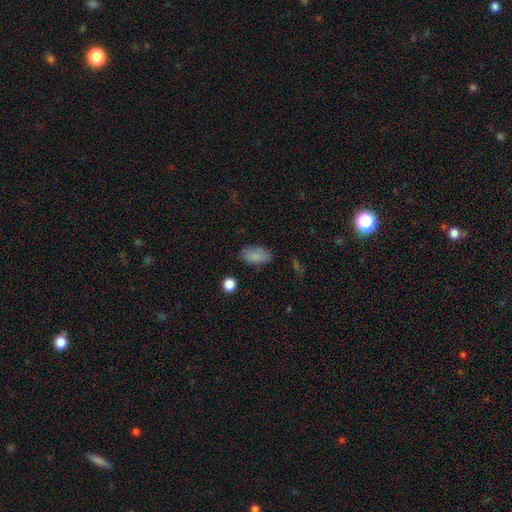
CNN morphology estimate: Q: Smooth or featured?
A: smooth (84%); runner-up: star or artifact (8%)
Q: How rounded?
A: in between (92%); runner-up: round (5%)
Q: Merging?
A: none (81%); runner-up: minor disturbance (14%)